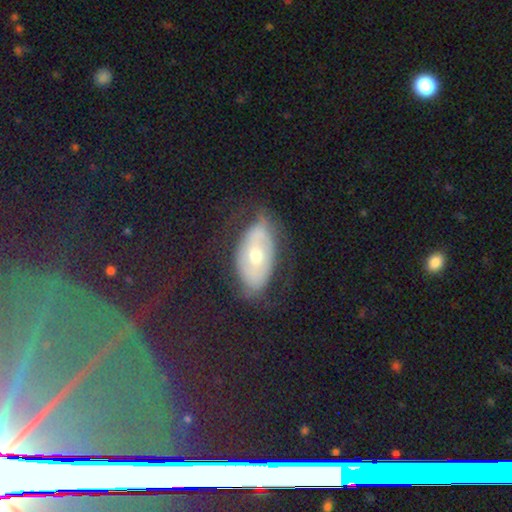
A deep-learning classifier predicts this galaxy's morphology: smooth-or-featured: featured or disk: 52% | smooth: 37% | star or artifact: 11%
  disk-edge-on: no: 87% | yes: 13%
  merging: none: 65% | minor disturbance: 22% | major disturbance: 11% | merger: 2%